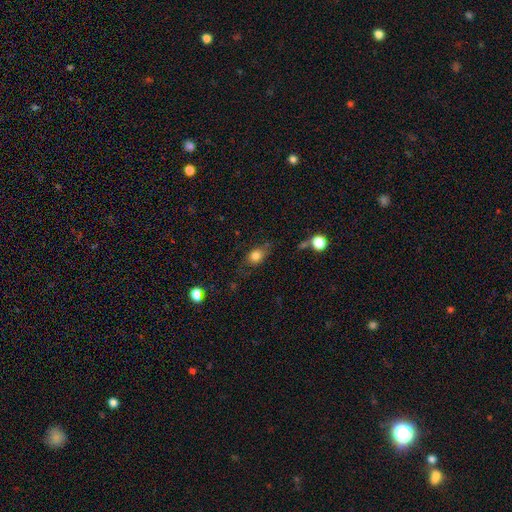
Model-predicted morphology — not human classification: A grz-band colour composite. It shows a smooth galaxy with no disk features (78%) that is in between round and cigar-shaped (64%). Merging: none (64%).